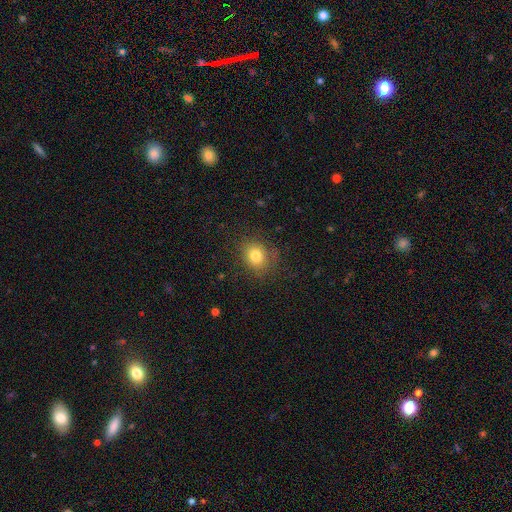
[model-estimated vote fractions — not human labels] Smooth or featured? smooth (80%)
How rounded? round (68%)
Merging? none (80%)